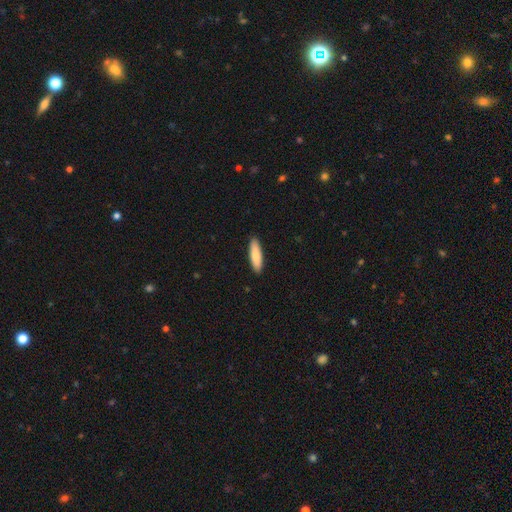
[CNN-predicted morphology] Smooth or featured? smooth (80%)
How rounded? cigar-shaped (66%)
Merging? none (91%)